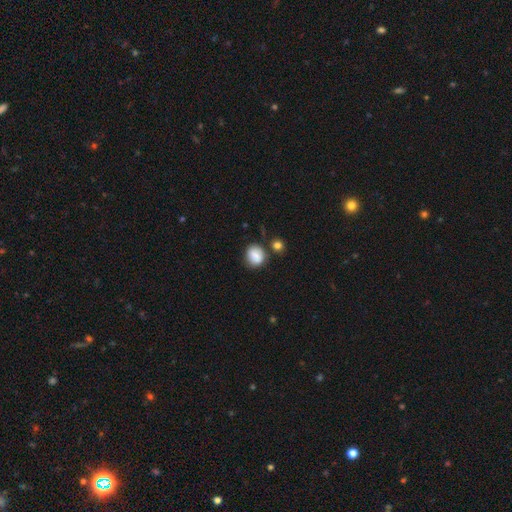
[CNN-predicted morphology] This appears to be a smooth galaxy with no disk features (85%) that is round (69%). Merging: none (70%).